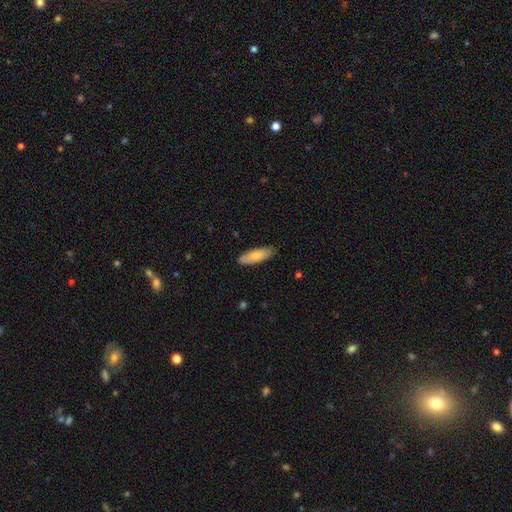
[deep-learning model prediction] smooth 77%, featured or disk 18%, star or artifact 5%. Down the decision tree: how rounded — in between (62%); merging — none (87%).